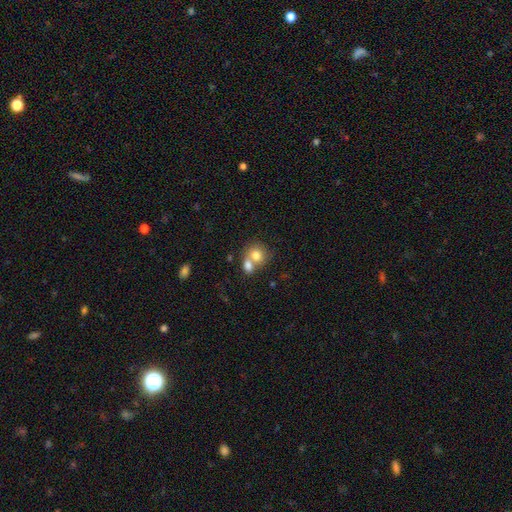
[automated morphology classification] This is likely a smooth galaxy (77%). How rounded: likely round (69%). Merging: possibly merger (60%).